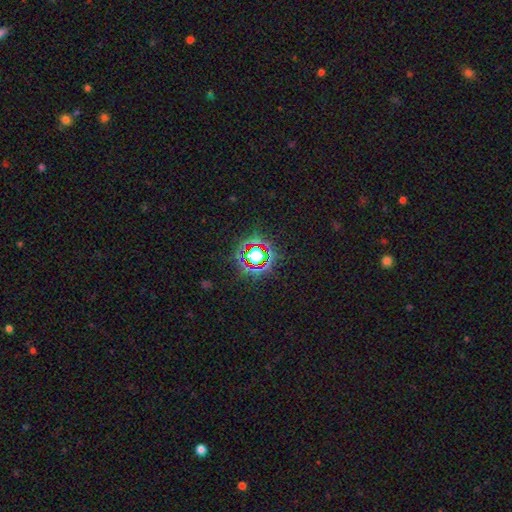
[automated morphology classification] Smooth or featured: star or artifact — 71% (smooth — 18%)